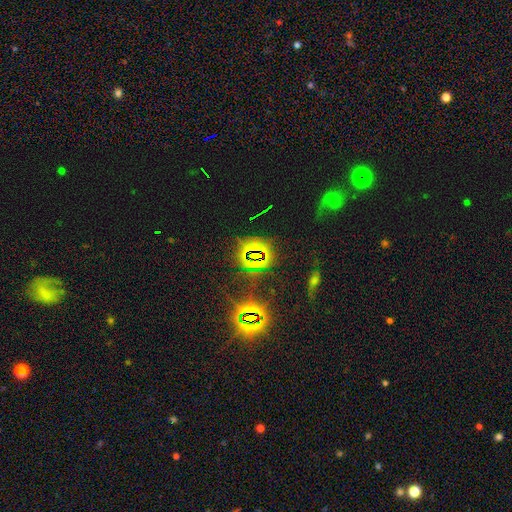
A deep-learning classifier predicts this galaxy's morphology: The model was most divided on "smooth or featured": star or artifact: 82%, featured or disk: 9%, smooth: 9%.